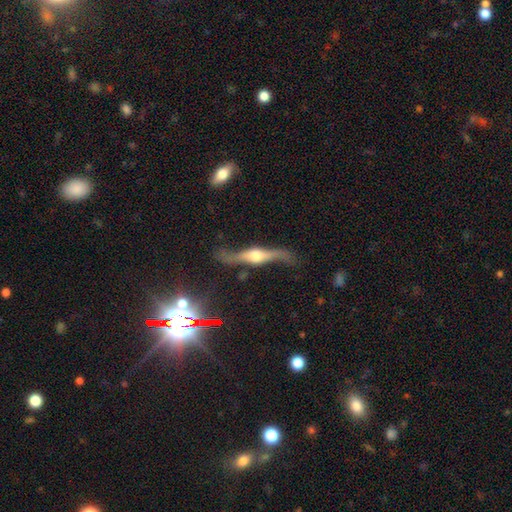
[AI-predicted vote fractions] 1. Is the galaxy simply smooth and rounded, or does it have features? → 83% featured or disk, 12% smooth, 6% star or artifact.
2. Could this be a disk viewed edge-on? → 77% yes, 23% no.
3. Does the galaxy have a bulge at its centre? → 91% rounded, 6% boxy, 2% none.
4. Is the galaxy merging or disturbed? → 65% none, 21% minor disturbance, 11% major disturbance, 3% merger.